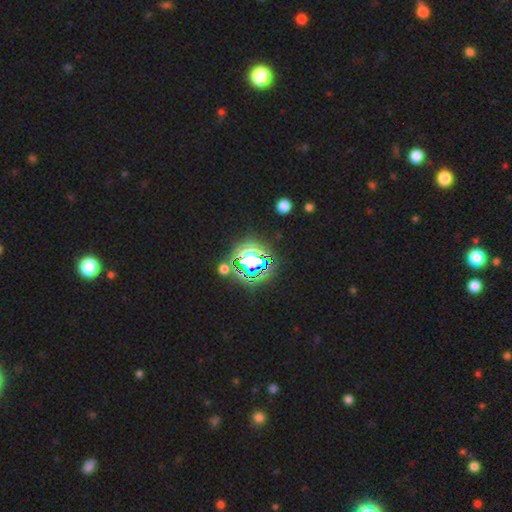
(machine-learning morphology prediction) Smooth or featured? star or artifact (70%)